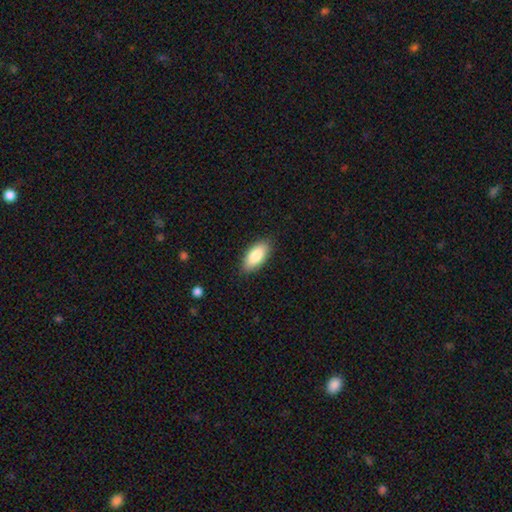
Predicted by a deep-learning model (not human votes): Smooth or featured? smooth (86%)
How rounded? in between (90%)
Merging? none (87%)